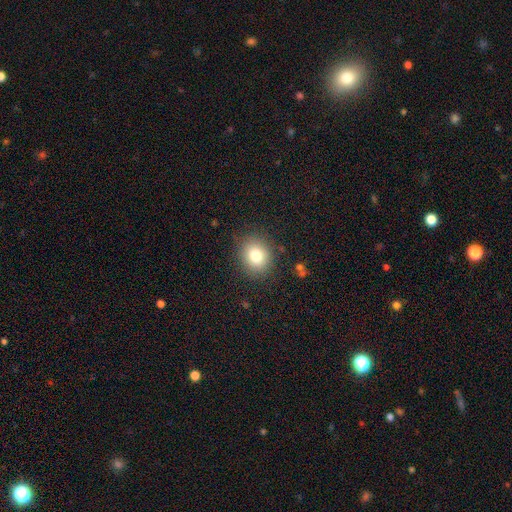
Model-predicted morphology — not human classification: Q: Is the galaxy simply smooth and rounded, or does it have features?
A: smooth — 79%.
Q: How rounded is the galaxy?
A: round — 68%.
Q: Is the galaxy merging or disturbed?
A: none — 86%.